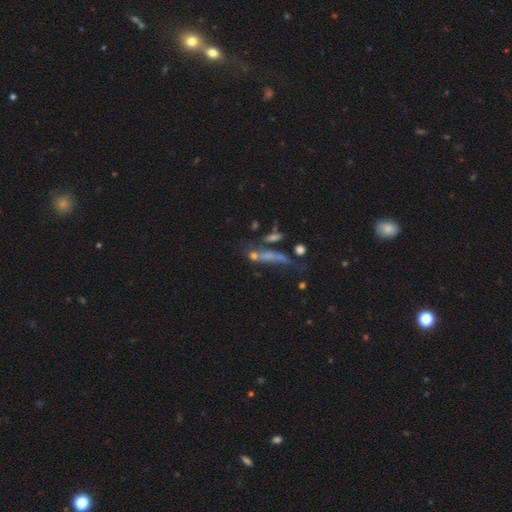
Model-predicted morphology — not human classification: This appears to be a featured or disk galaxy (37%, tied with smooth). Merging: none (33%).